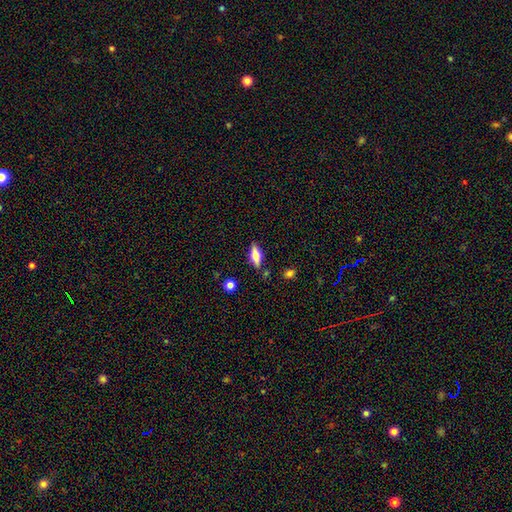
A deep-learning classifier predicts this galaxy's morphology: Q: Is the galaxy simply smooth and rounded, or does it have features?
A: smooth — 49%.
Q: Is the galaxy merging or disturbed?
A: none — 83%.